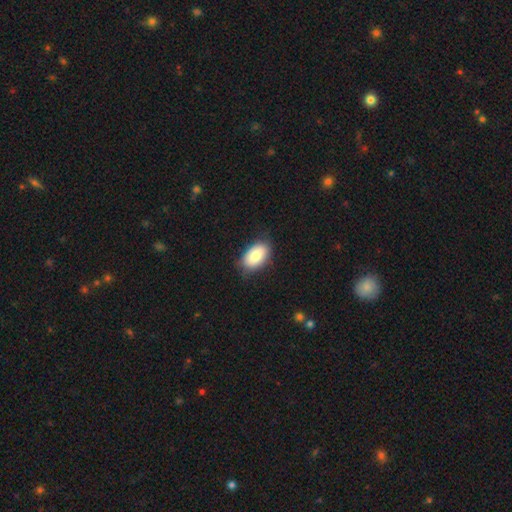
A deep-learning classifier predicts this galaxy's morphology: smooth-or-featured: smooth: 81% | featured or disk: 12% | star or artifact: 7%
  how-rounded: in between: 93% | round: 6% | cigar-shaped: 2%
  merging: none: 79% | minor disturbance: 17% | major disturbance: 3% | merger: 1%